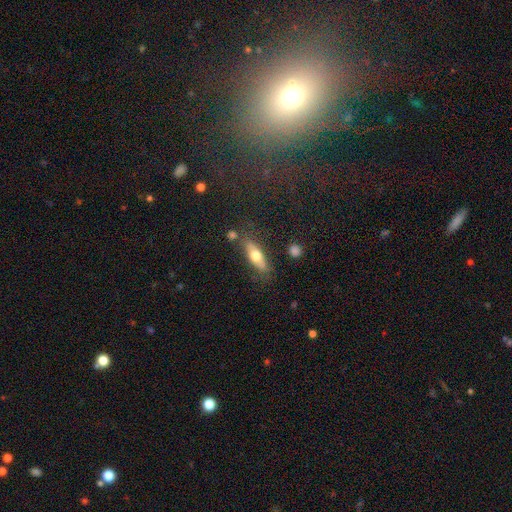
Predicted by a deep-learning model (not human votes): Morphology: type=smooth (59%); roundness=in between (50%); merging=none (74%).